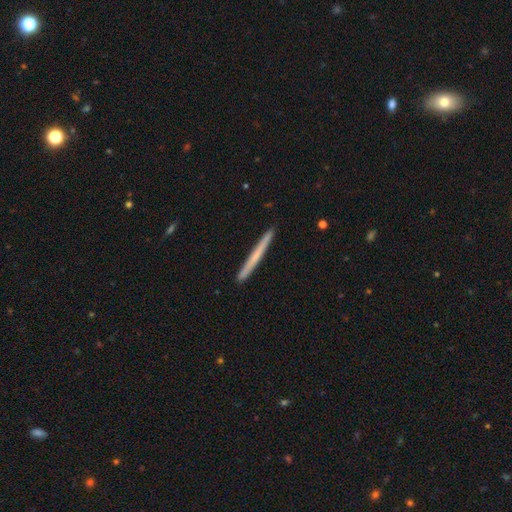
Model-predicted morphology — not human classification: type=smooth (54%); roundness=cigar-shaped (97%); merging=none (92%).